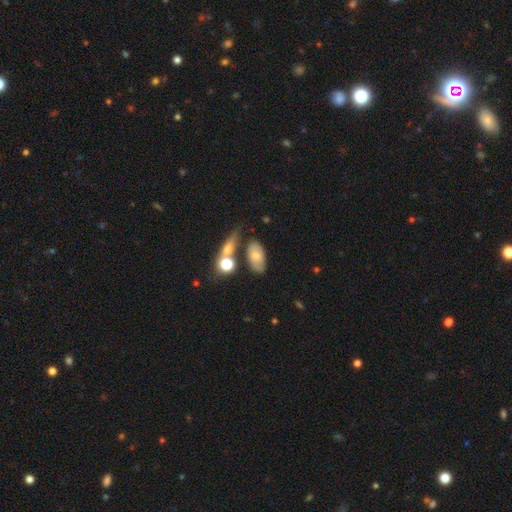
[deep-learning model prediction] A smooth galaxy with no disk features (65%) that is in between round and cigar-shaped (88%).

Vote fractions:
- Smooth or featured? smooth: 65% / featured or disk: 25% / star or artifact: 9%
- How rounded? in between: 88% / round: 7% / cigar-shaped: 5%
- Merging? none: 56% / minor disturbance: 20% / merger: 18% / major disturbance: 7%